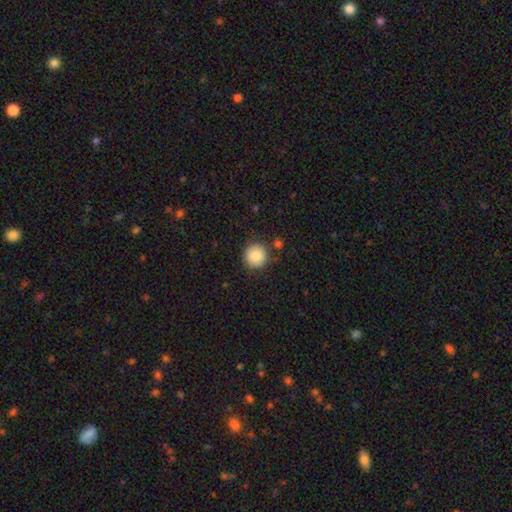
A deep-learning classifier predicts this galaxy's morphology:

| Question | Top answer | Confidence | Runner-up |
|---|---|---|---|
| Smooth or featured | smooth | 84% | star or artifact (8%) |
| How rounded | round | 95% | in between (4%) |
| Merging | none | 87% | minor disturbance (8%) |